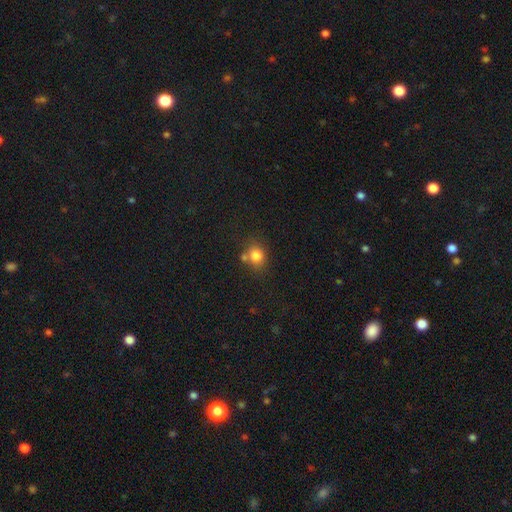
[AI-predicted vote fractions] A smooth galaxy with no disk features (81%) that is round (73%). Merging: none (60%).